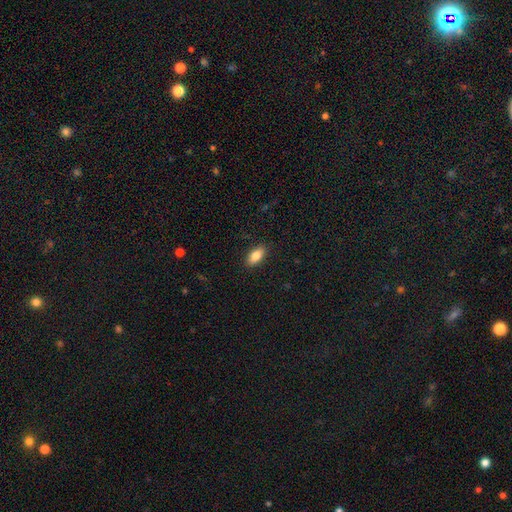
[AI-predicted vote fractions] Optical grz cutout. It shows a smooth galaxy with no disk features (81%) that is in between round and cigar-shaped (87%). Merging: none (89%).